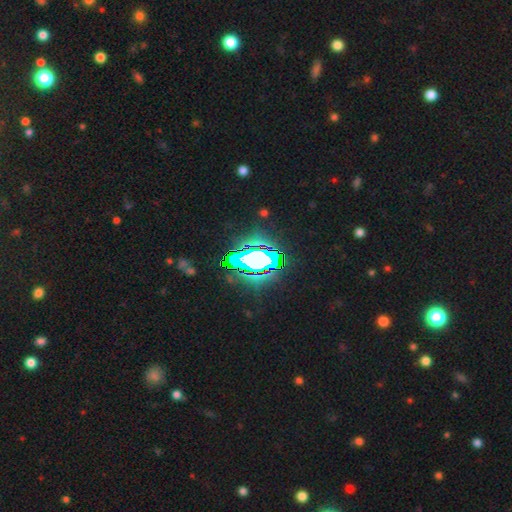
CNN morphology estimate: Smooth or featured?
  - star or artifact: 78% *
  - smooth: 12%
  - featured or disk: 10%